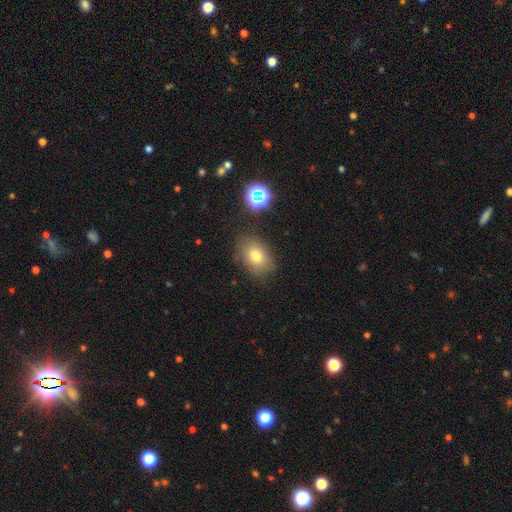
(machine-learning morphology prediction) Smooth or featured? Predicted: smooth (p=0.74). How rounded? Predicted: in between (p=0.75). Merging? Predicted: none (p=0.77).